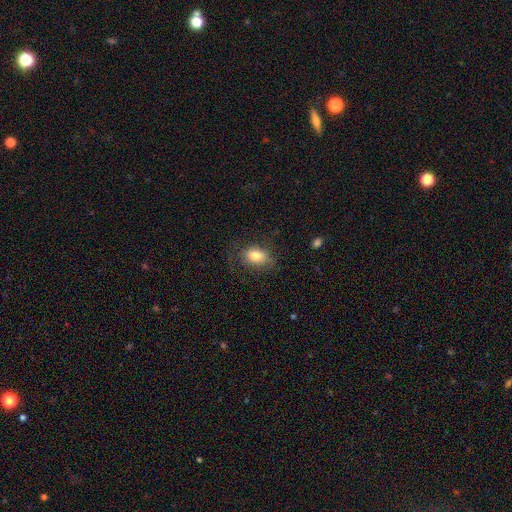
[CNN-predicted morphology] Q: Smooth or featured?
A: smooth (80%); runner-up: featured or disk (11%)
Q: How rounded?
A: in between (79%); runner-up: round (19%)
Q: Merging?
A: none (71%); runner-up: minor disturbance (18%)